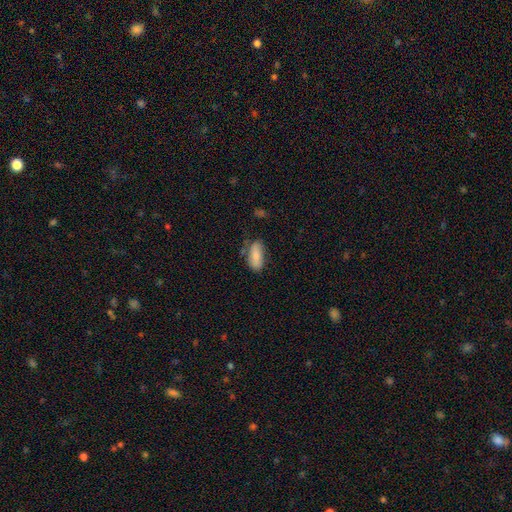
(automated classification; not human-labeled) Smooth or featured: smooth — 79% (featured or disk — 15%)
How rounded: in between — 84% (cigar-shaped — 13%)
Merging: none — 64% (minor disturbance — 25%)